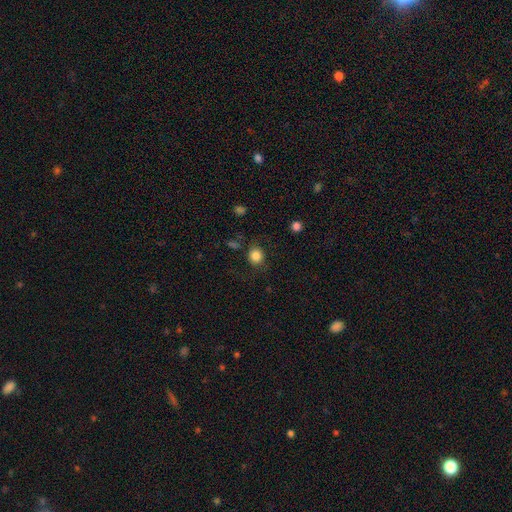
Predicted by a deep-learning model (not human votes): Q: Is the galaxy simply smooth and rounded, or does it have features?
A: smooth — 85%.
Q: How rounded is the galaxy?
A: round — 84%.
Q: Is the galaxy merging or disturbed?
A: none — 82%.